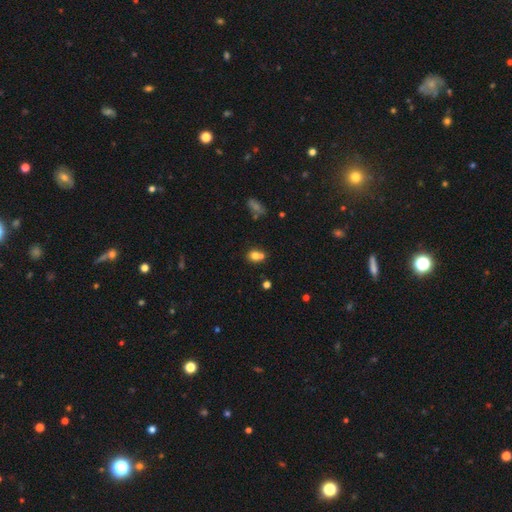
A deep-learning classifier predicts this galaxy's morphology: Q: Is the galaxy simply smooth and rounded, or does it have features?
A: smooth — 74%.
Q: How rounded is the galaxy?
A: round — 64%.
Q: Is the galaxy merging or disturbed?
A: merger — 45%.